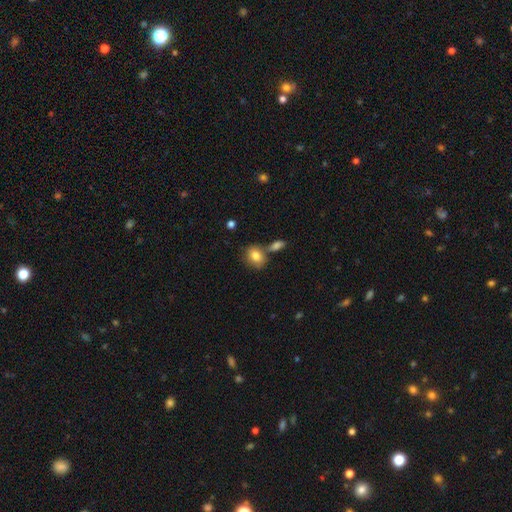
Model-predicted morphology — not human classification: Overall: smooth (81%). How rounded: in between (49%, tied with round). Merging: none (57%; merger 26%).